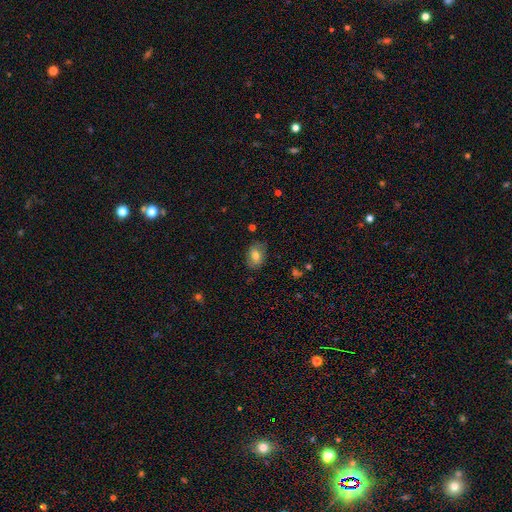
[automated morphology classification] Q: Smooth or featured?
A: smooth (71%); runner-up: featured or disk (20%)
Q: How rounded?
A: in between (79%); runner-up: round (20%)
Q: Merging?
A: none (78%); runner-up: minor disturbance (17%)